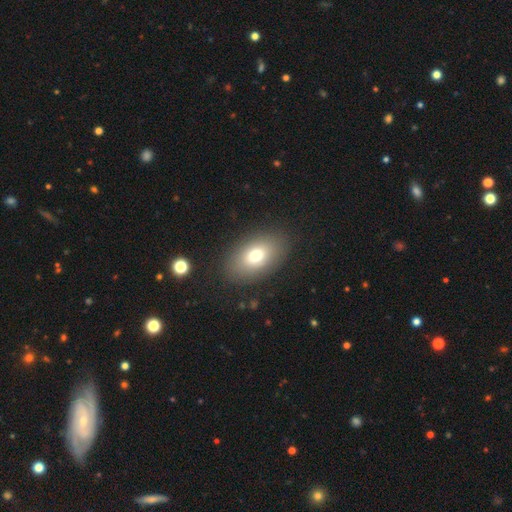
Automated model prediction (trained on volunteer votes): Overall: smooth (74%). How rounded: in between (86%). Merging: none (86%).